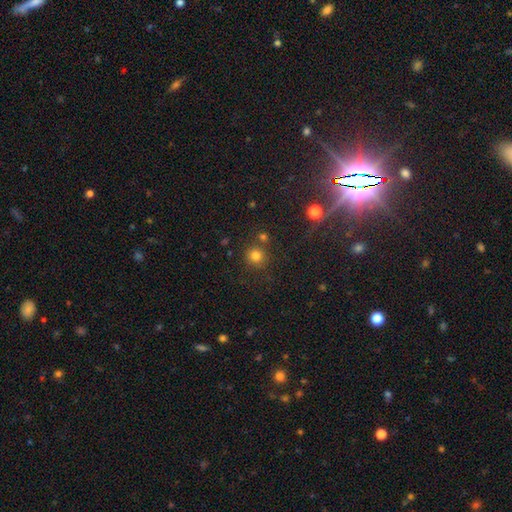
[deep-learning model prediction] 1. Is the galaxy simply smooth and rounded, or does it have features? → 78% smooth, 16% star or artifact, 6% featured or disk.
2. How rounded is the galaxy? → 92% round, 7% in between, 1% cigar-shaped.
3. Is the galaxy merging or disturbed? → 75% none, 12% merger, 9% minor disturbance, 4% major disturbance.